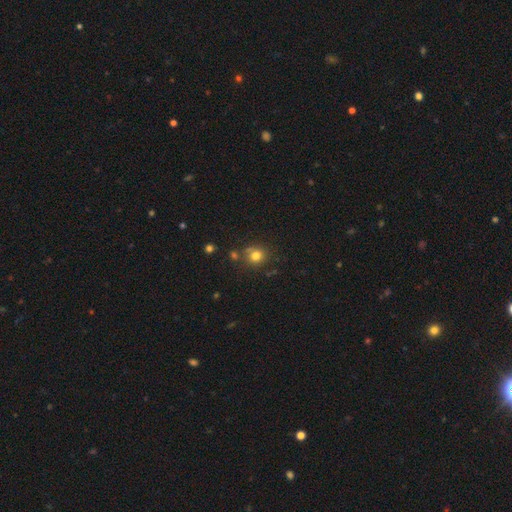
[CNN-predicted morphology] This is likely a smooth galaxy (78%). How rounded: clearly round (84%). Merging: likely none (70%).